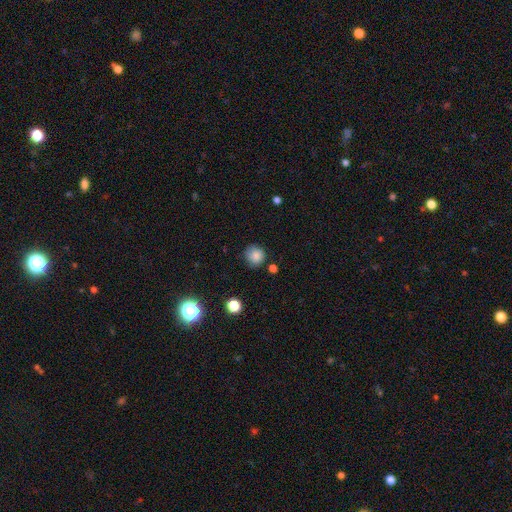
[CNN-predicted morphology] Smooth or featured?
  - smooth: 81% *
  - star or artifact: 12%
  - featured or disk: 7%
How rounded?
  - round: 91% *
  - in between: 8%
  - cigar-shaped: 1%
Merging?
  - none: 79% *
  - minor disturbance: 15%
  - major disturbance: 3%
  - merger: 3%